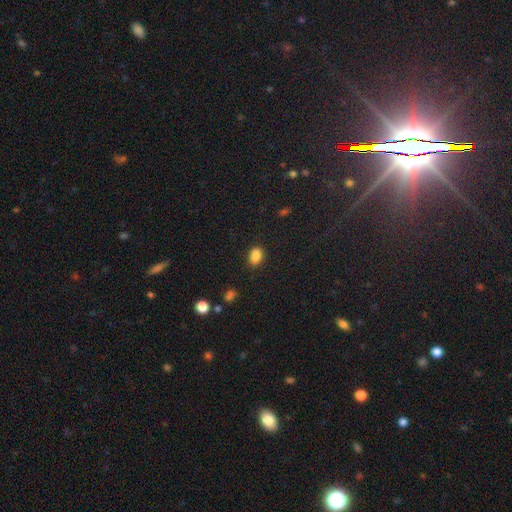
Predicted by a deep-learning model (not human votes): Smooth or featured? Predicted: smooth (p=0.86). How rounded? Predicted: in between (p=0.81). Merging? Predicted: none (p=0.80).